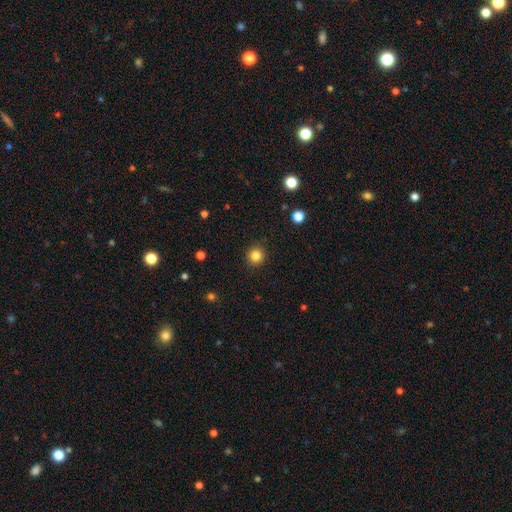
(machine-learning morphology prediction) Q: Smooth or featured?
A: smooth (83%); runner-up: star or artifact (12%)
Q: How rounded?
A: round (92%); runner-up: in between (7%)
Q: Merging?
A: none (92%); runner-up: minor disturbance (5%)